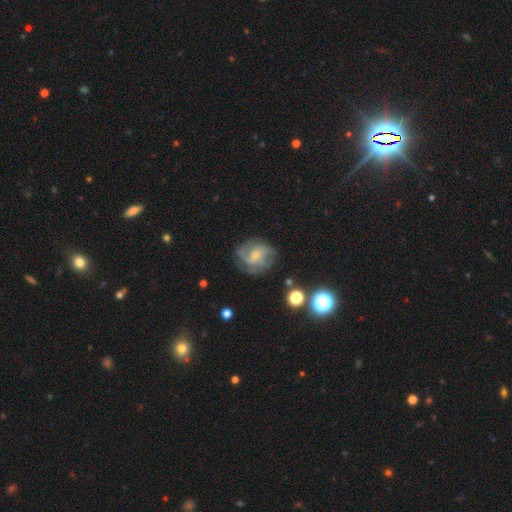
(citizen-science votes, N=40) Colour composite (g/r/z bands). It shows a featured or disk galaxy (88%) with a weak bar (59%), 2 (53%) medium (56%) spiral arms (100%) and a small central bulge (50%). Merging: none (64%).